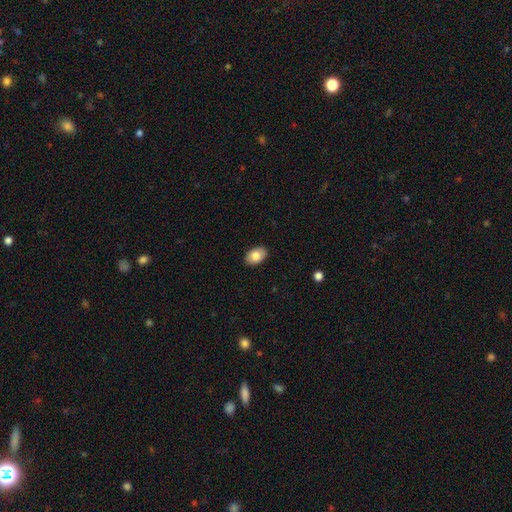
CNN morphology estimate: Smooth or featured: smooth — 83% (featured or disk — 10%)
How rounded: in between — 87% (round — 12%)
Merging: none — 89% (minor disturbance — 8%)